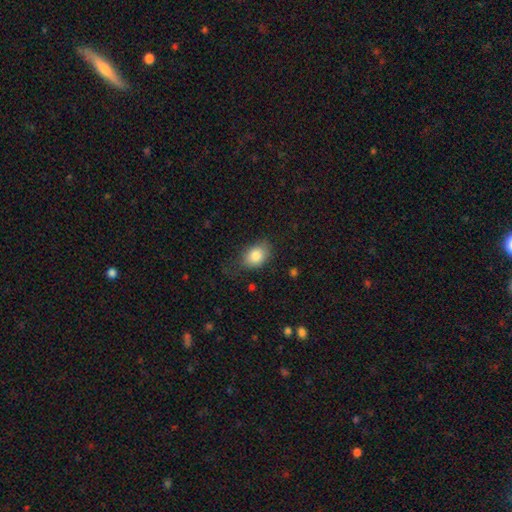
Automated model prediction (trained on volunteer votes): Smooth or featured? Predicted: smooth (p=0.83). How rounded? Predicted: in between (p=0.74). Merging? Predicted: none (p=0.67).